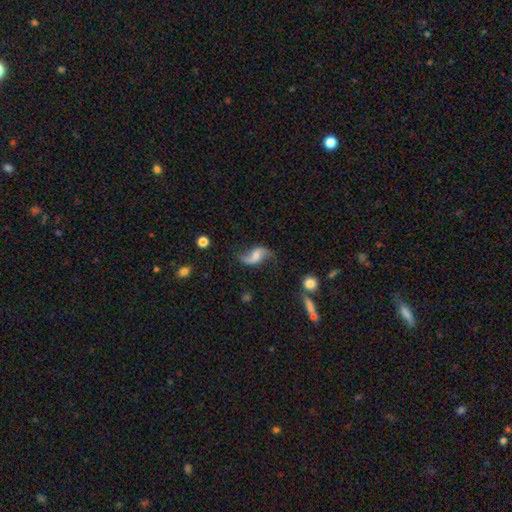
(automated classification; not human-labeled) A featured or disk galaxy (82%) with no bar (47%), 2 (93%) loose (88%) spiral arms (95%) and a moderate central bulge (40%).

Vote fractions:
- Smooth or featured? featured or disk: 82% / smooth: 11% / star or artifact: 6%
- Edge-on disk? no: 97% / yes: 3%
- Bar? no: 47% / weak: 40% / strong: 13%
- Spiral arms? yes: 95% / no: 5%
- Spiral winding? loose: 88% / medium: 9% / tight: 3%
- Spiral arm count? 2: 93% / 1: 2% / can't tell: 2% / 3: 1% / 4: 1% / more than 4: 1%
- Bulge size? moderate: 40% / small: 31% / none: 17% / large: 9% / dominant: 2%
- Merging? none: 73% / minor disturbance: 16% / major disturbance: 8% / merger: 3%